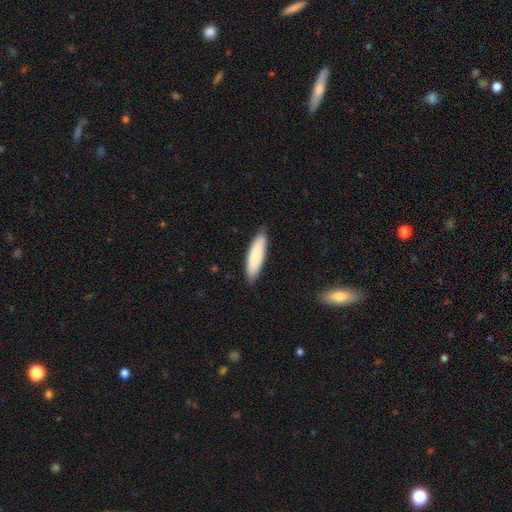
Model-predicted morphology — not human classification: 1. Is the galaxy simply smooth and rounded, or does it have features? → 83% smooth, 11% featured or disk, 5% star or artifact.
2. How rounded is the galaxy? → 59% cigar-shaped, 39% in between, 1% round.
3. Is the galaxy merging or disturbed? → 84% none, 13% minor disturbance, 2% major disturbance, 1% merger.